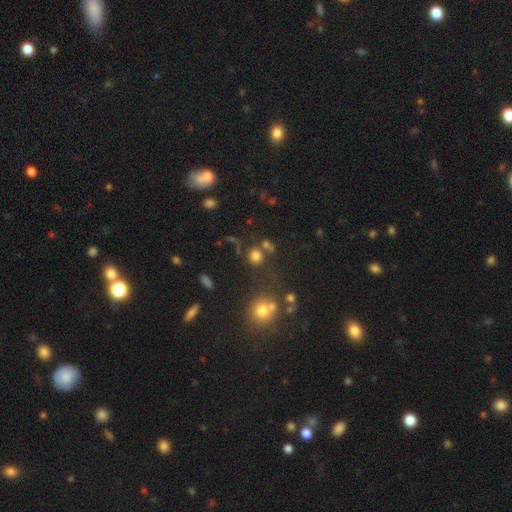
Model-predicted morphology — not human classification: smooth_or_featured: smooth (p=0.74) [alt: star or artifact p=0.18]
how_rounded: round (p=0.88) [alt: in between p=0.11]
merging: none (p=0.67) [alt: merger p=0.16]